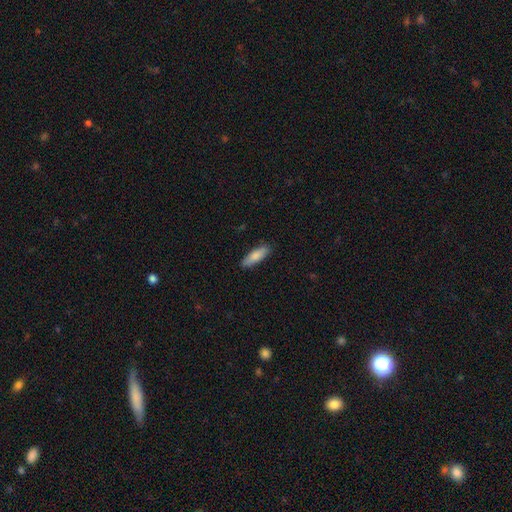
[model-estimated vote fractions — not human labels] smooth_or_featured: smooth (p=0.84) [alt: featured or disk p=0.10]
how_rounded: cigar-shaped (p=0.50) [alt: in between p=0.48]
merging: none (p=0.88) [alt: minor disturbance p=0.09]